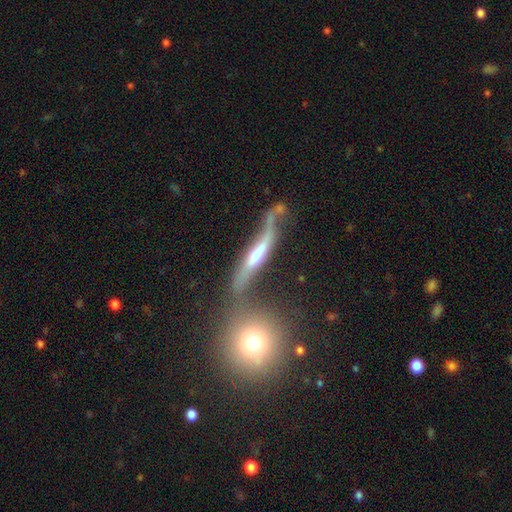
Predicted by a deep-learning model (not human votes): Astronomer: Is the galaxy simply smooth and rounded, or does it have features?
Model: featured or disk — 75%.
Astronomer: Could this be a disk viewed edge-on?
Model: yes — 68%.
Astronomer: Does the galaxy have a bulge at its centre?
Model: rounded — 74%.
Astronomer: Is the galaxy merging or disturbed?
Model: none — 53%.